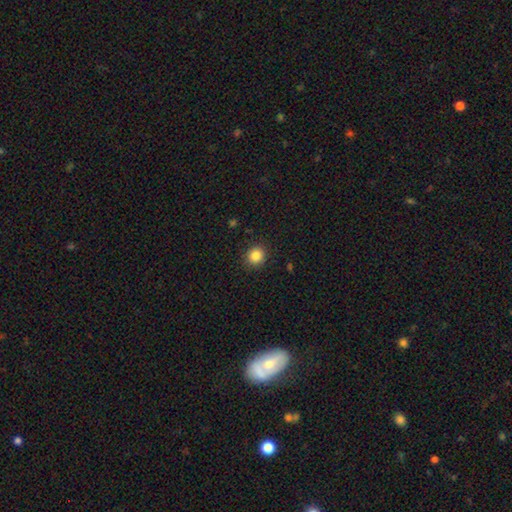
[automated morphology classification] smooth_or_featured: smooth (p=0.85) [alt: star or artifact p=0.11]
how_rounded: round (p=0.87) [alt: in between p=0.12]
merging: none (p=0.90) [alt: minor disturbance p=0.06]